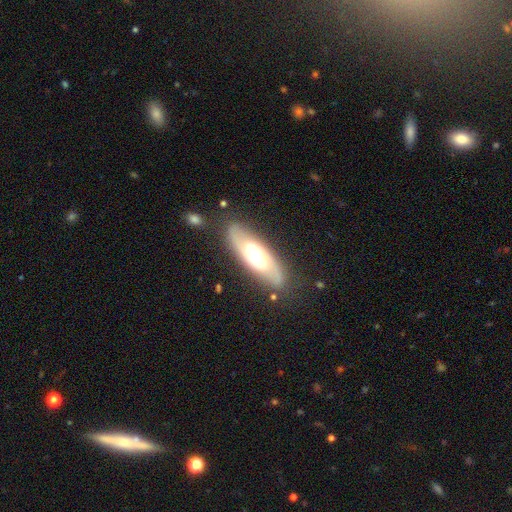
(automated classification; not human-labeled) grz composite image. It shows a featured or disk galaxy (61%). Merging: none (77%).